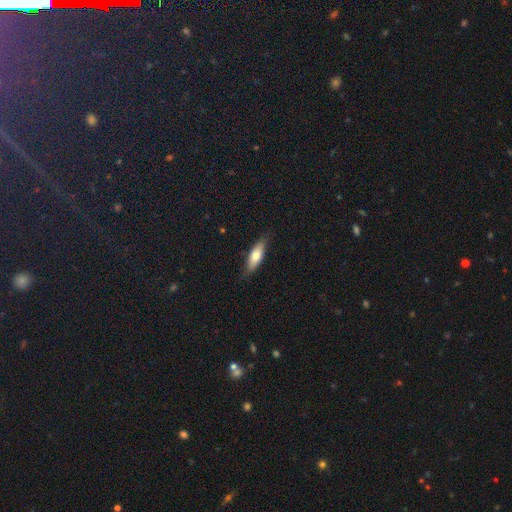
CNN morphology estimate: Smooth or featured? Predicted: smooth (p=0.67). How rounded? Predicted: in between (p=0.60). Merging? Predicted: none (p=0.79).